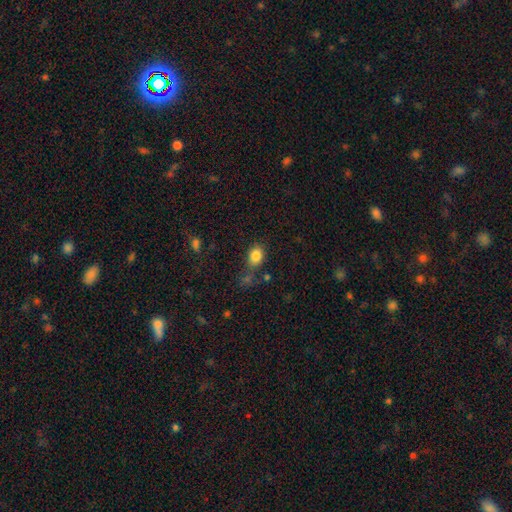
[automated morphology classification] A smooth galaxy with no disk features (84%) that is in between round and cigar-shaped (63%).

Vote fractions:
- Smooth or featured? smooth: 84% / star or artifact: 10% / featured or disk: 6%
- How rounded? in between: 63% / round: 35% / cigar-shaped: 1%
- Merging? none: 65% / minor disturbance: 18% / merger: 10% / major disturbance: 7%